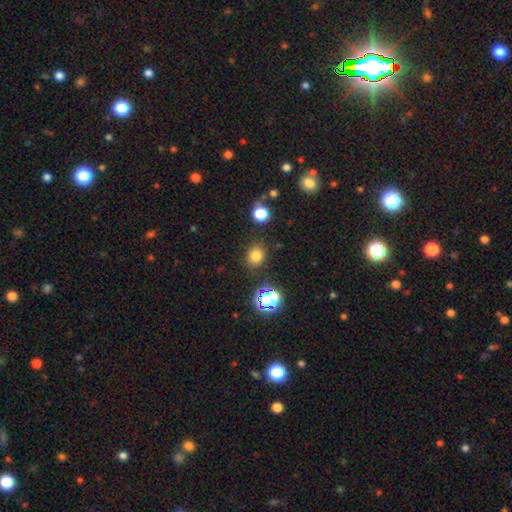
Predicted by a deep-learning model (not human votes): The model was most divided on "how rounded": round: 73%, in between: 26%, cigar-shaped: 1%. More confident: merging — none (84%); smooth or featured — smooth (75%).